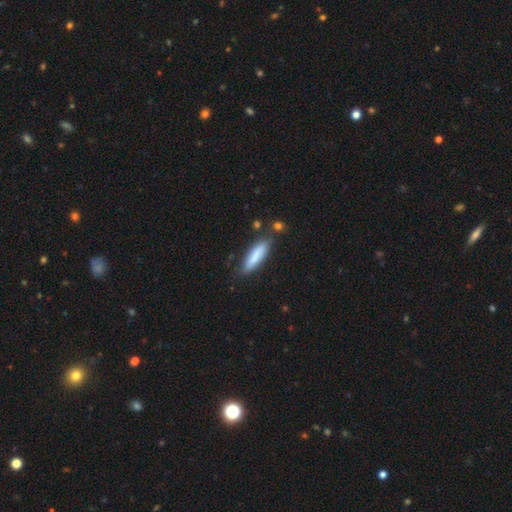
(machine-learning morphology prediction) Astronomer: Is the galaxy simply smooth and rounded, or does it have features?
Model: smooth — 80%.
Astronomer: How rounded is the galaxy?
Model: cigar-shaped — 66%.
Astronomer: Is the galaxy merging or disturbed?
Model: none — 76%.